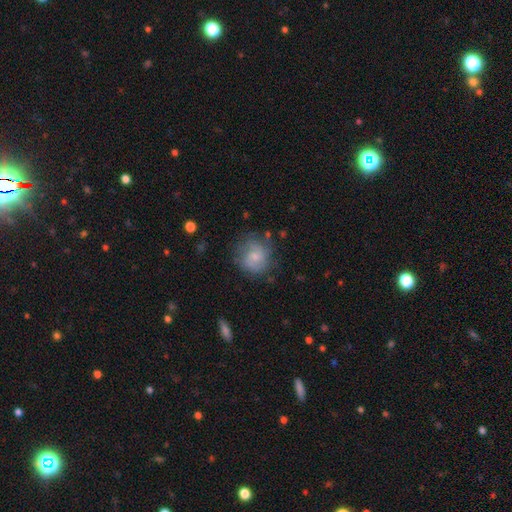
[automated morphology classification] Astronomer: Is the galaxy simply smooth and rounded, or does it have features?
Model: smooth — 46% (runner-up: featured or disk, 42%).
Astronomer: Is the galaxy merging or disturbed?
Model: none — 71%.